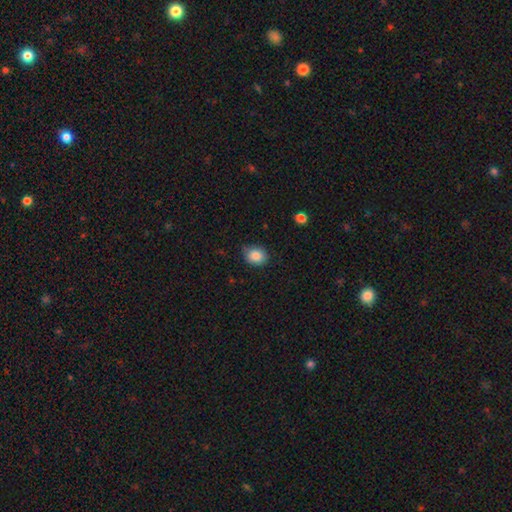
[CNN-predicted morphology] smooth 86%, star or artifact 9%, featured or disk 5%. Down the decision tree: how rounded — round (57%); merging — none (77%).